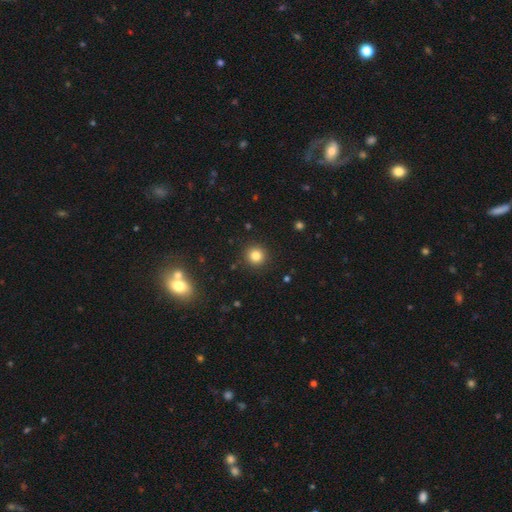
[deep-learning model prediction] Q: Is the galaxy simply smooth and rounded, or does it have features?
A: smooth — 82%.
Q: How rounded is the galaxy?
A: round — 94%.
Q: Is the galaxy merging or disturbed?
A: none — 91%.